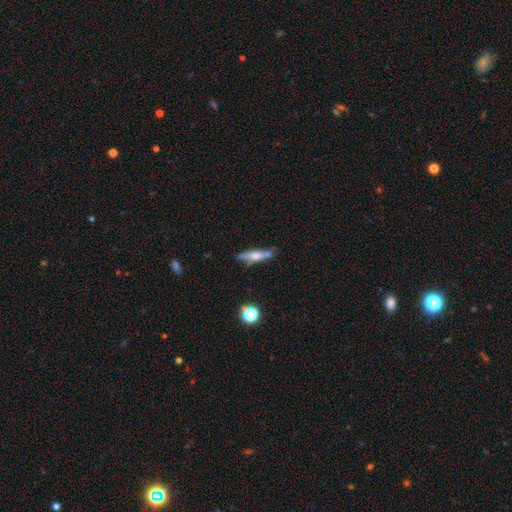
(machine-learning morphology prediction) Overall: smooth (47%; featured or disk 45%). Merging: none (74%).